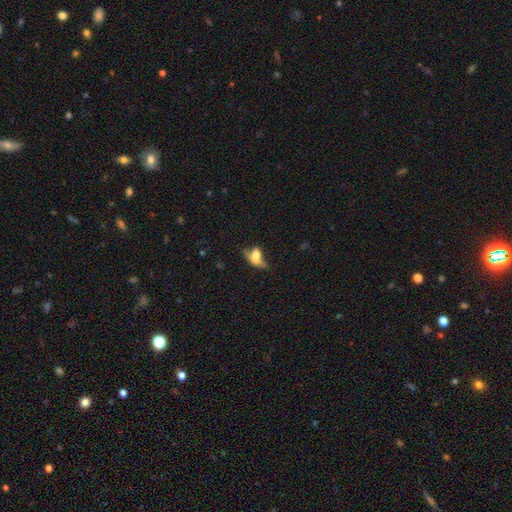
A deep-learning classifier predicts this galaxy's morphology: Smooth or featured: smooth — 52% (featured or disk — 36%)
How rounded: in between — 72% (round — 15%)
Merging: major disturbance — 32% (none — 28%)